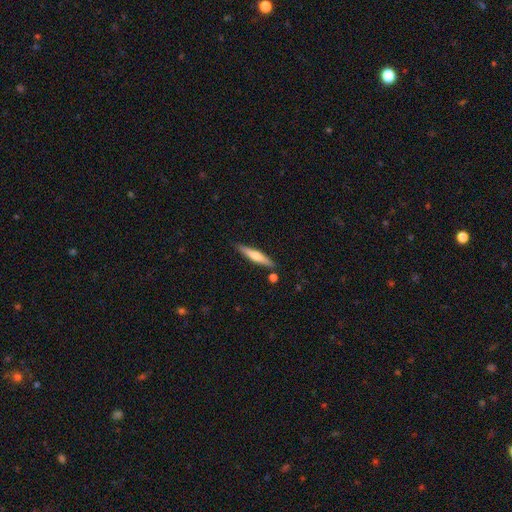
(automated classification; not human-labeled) This appears to be a smooth galaxy with no disk features (49%). Merging: none (85%).